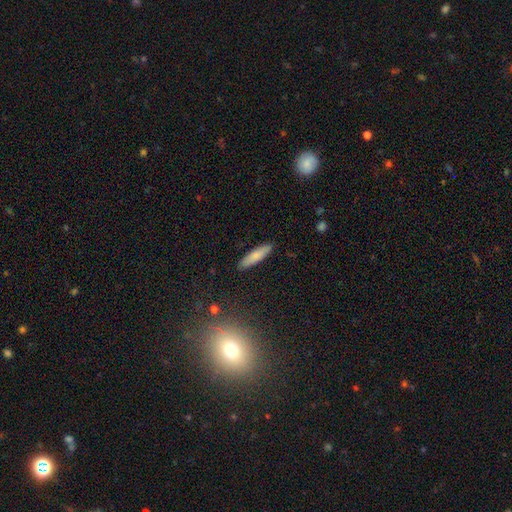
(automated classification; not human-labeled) This appears to be a smooth galaxy with no disk features (79%) that is cigar-shaped (74%). Merging: none (90%).